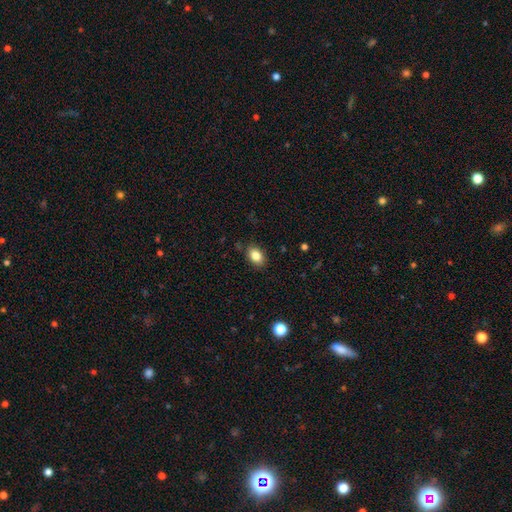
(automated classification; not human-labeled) The model was most divided on "how rounded": in between: 83%, round: 16%, cigar-shaped: 1%. More confident: merging — none (85%); smooth or featured — smooth (84%).